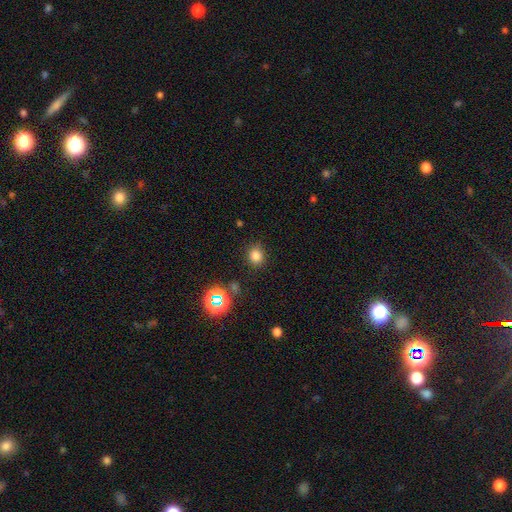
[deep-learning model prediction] Smooth or featured: smooth — 78% (star or artifact — 17%)
How rounded: round — 75% (in between — 24%)
Merging: none — 84% (minor disturbance — 11%)